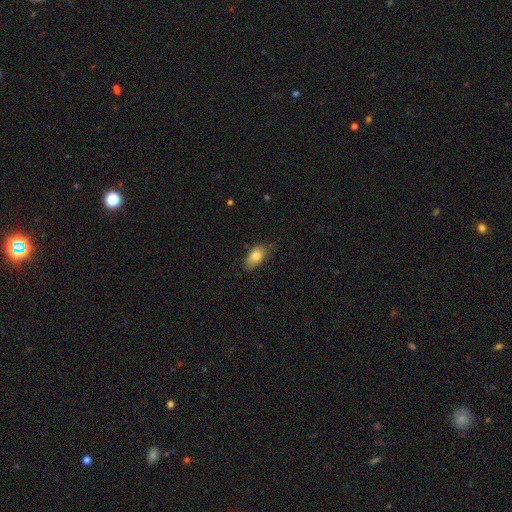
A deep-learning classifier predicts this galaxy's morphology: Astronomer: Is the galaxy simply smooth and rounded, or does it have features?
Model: smooth — 82%.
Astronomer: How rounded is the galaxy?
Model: in between — 91%.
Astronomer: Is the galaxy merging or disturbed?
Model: none — 68%.